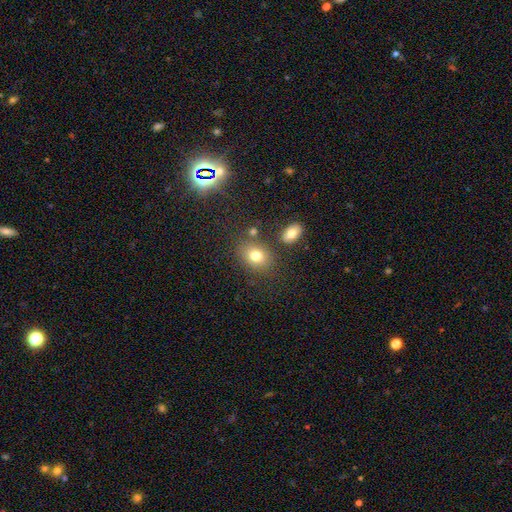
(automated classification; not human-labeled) This is likely a smooth galaxy (77%). How rounded: possibly in between (59%). Merging: likely none (74%).